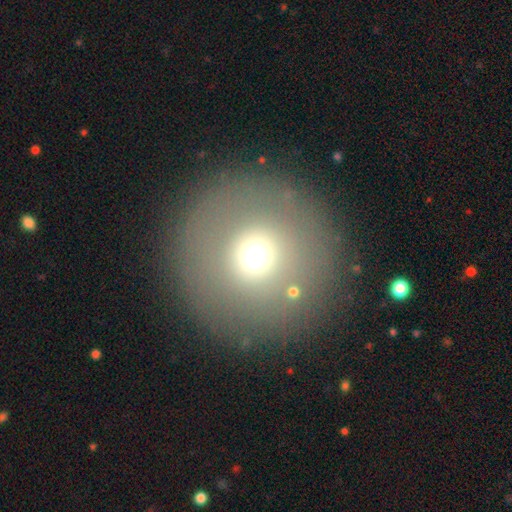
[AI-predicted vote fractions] Smooth or featured? smooth (64%)
How rounded? round (95%)
Merging? none (82%)